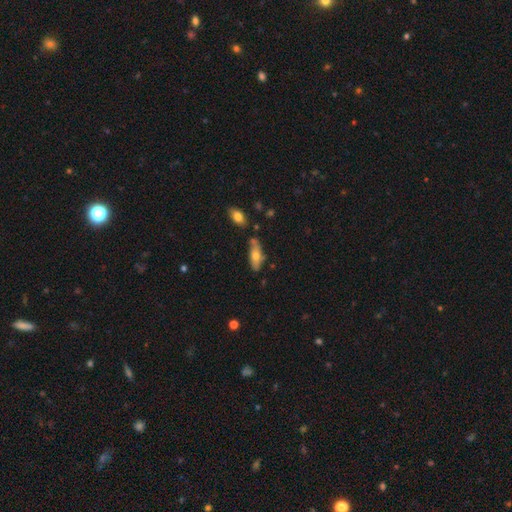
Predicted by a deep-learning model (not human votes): This appears to be a smooth galaxy with no disk features (60%) that is in between round and cigar-shaped (67%). Merging: none (65%).